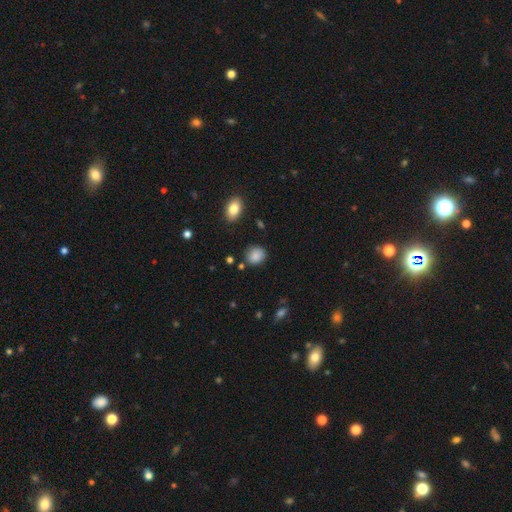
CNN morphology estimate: A smooth galaxy with no disk features (86%) that is round (73%).

Vote fractions:
- Smooth or featured? smooth: 86% / star or artifact: 9% / featured or disk: 5%
- How rounded? round: 73% / in between: 25% / cigar-shaped: 1%
- Merging? none: 83% / minor disturbance: 12% / major disturbance: 3% / merger: 2%